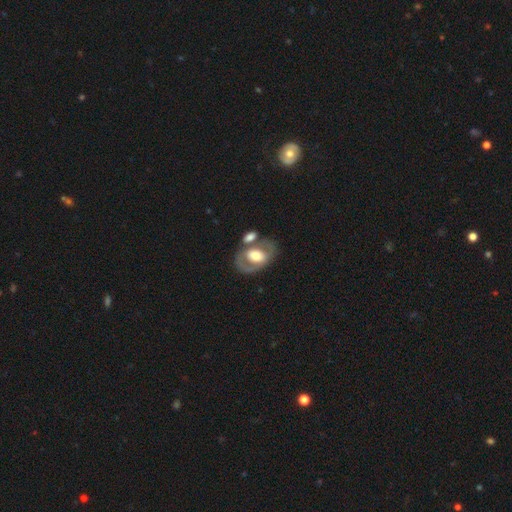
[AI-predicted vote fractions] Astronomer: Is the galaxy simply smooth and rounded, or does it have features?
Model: featured or disk — 53% (runner-up: smooth, 41%).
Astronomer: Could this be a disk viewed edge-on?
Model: no — 93%.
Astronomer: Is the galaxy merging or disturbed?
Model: none — 49% (runner-up: merger, 25%).